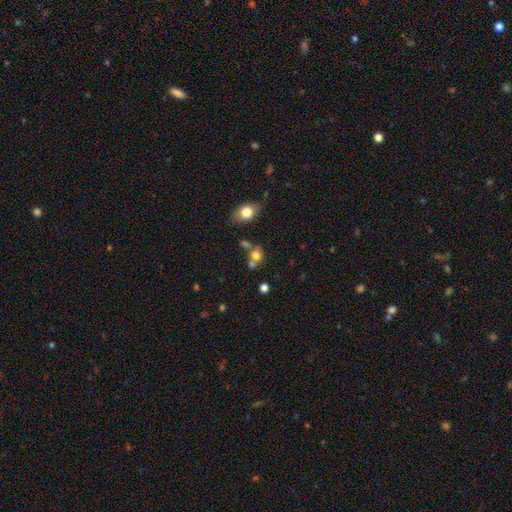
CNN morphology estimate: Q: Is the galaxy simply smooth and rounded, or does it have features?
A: smooth — 73%.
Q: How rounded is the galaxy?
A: round — 67%.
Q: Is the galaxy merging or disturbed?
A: none — 44%.